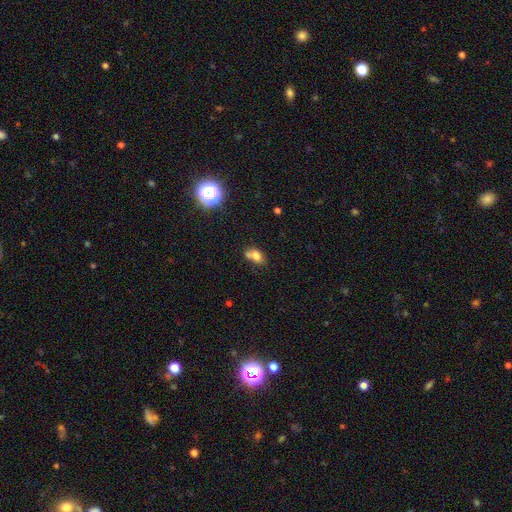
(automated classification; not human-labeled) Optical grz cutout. It shows a smooth galaxy with no disk features (72%) that is in between round and cigar-shaped (71%). Merging: merger (40%).